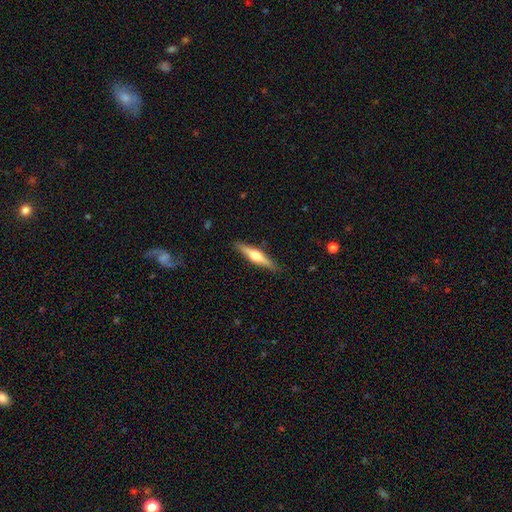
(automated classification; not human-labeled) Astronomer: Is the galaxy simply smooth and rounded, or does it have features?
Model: featured or disk — 63%.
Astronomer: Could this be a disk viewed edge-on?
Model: yes — 97%.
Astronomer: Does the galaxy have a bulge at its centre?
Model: rounded — 94%.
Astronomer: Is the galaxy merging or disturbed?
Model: none — 90%.